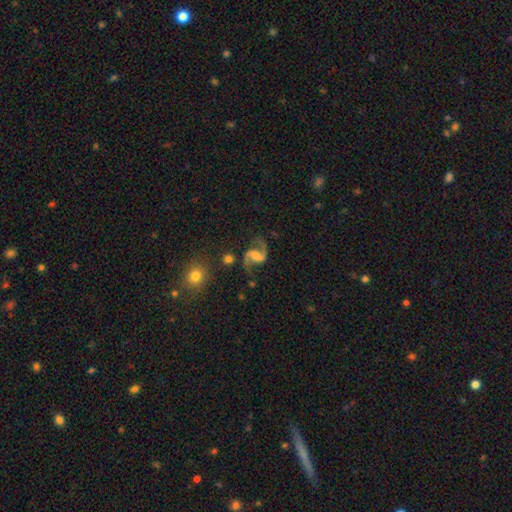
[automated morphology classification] Smooth or featured? Predicted: featured or disk (p=0.90). Edge-on disk? Predicted: no (p=0.98). Bar? Predicted: weak (p=0.47). Spiral arms? Predicted: yes (p=0.98). Spiral winding? Predicted: loose (p=0.56). Spiral arm count? Predicted: 2 (p=0.94). Bulge size? Predicted: moderate (p=0.40). Merging? Predicted: none (p=0.76).